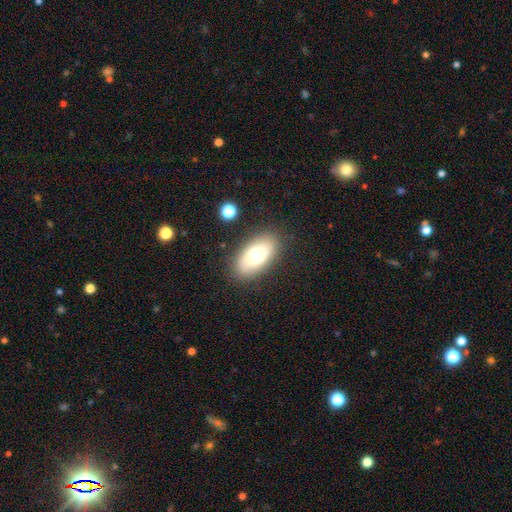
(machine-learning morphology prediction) A smooth galaxy with no disk features (67%) that is in between round and cigar-shaped (91%). Merging: none (84%).